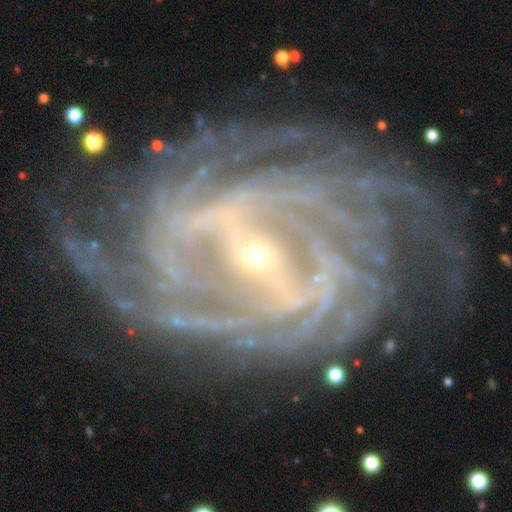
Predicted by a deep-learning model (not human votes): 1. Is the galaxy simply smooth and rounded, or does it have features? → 92% featured or disk, 5% star or artifact, 3% smooth.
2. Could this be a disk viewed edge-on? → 97% no, 3% yes.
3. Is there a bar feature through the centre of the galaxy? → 62% strong, 28% weak, 10% no.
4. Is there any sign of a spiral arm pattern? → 98% yes, 2% no.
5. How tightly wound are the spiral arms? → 66% tight, 28% medium, 6% loose.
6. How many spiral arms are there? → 25% 4, 20% can't tell, 19% more than 4, 14% 2, 14% 3, 9% 1.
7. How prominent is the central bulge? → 80% small, 16% moderate, 2% none, 1% large, 1% dominant.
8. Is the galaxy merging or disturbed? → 75% none, 15% minor disturbance, 9% major disturbance, 2% merger.